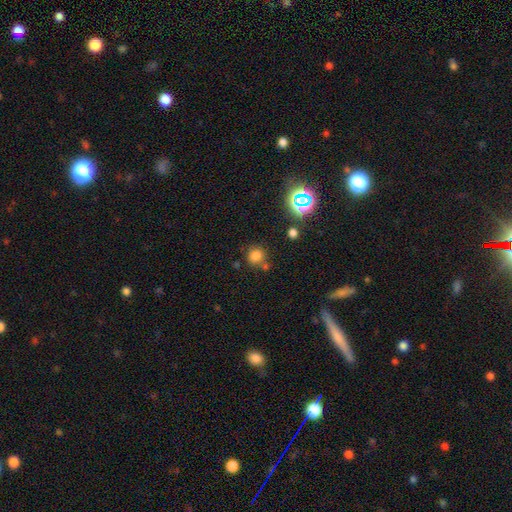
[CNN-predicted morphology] smooth 75%, star or artifact 19%, featured or disk 6%. Down the decision tree: how rounded — round (86%); merging — none (71%).